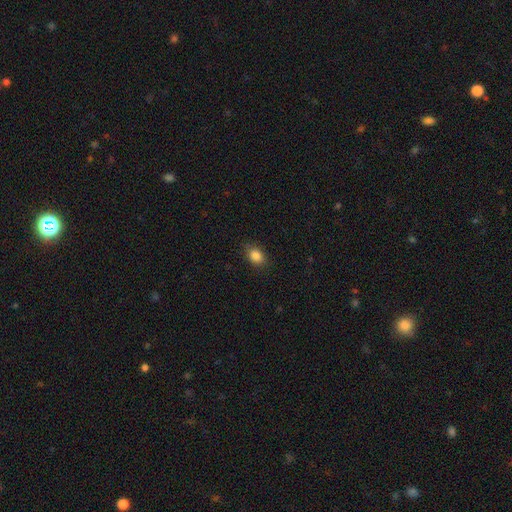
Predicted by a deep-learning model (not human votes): Smooth or featured: smooth — 86% (star or artifact — 10%)
How rounded: in between — 70% (round — 29%)
Merging: none — 85% (minor disturbance — 11%)